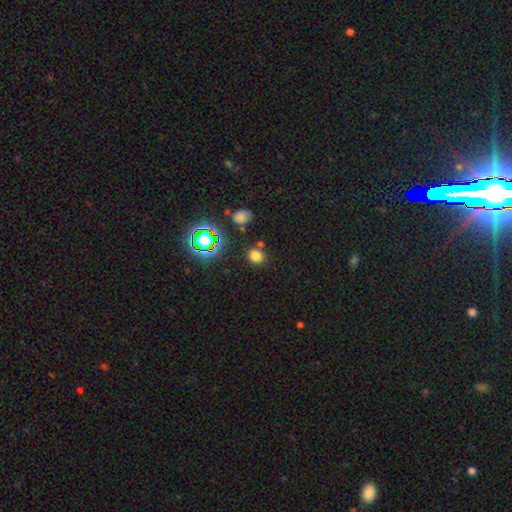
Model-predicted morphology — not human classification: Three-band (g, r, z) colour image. It shows a smooth galaxy with no disk features (71%) that is round (66%). Merging: none (80%).